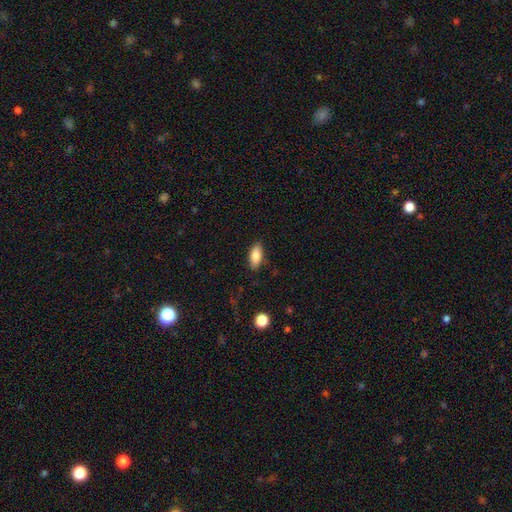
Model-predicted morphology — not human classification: Smooth or featured? Predicted: smooth (p=0.84). How rounded? Predicted: in between (p=0.87). Merging? Predicted: none (p=0.86).